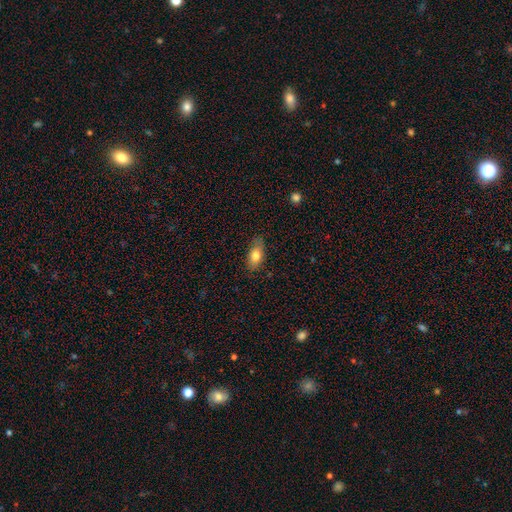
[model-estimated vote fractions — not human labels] Overall: smooth (79%). How rounded: in between (86%). Merging: none (77%).